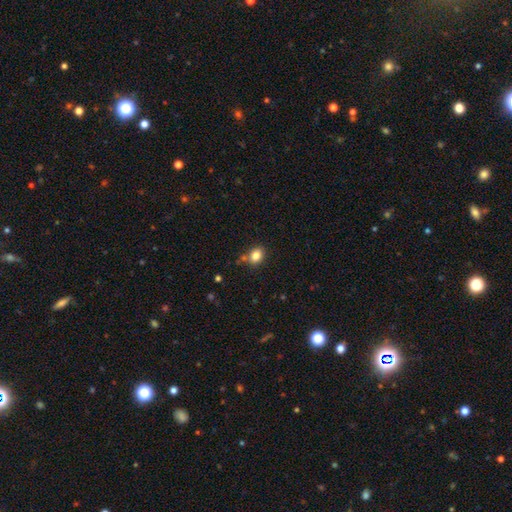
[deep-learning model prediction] Overall: smooth (84%). How rounded: in between (65%; round 34%). Merging: none (74%).